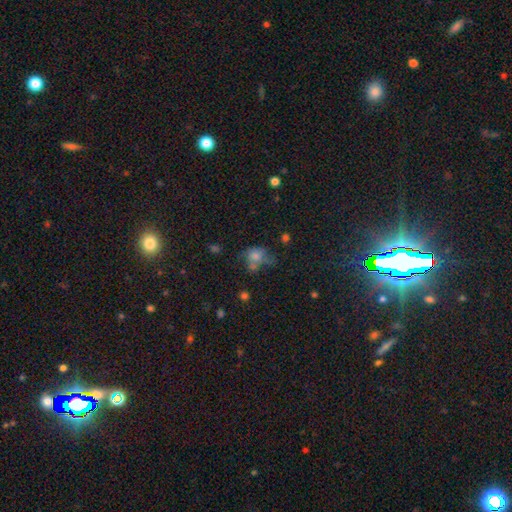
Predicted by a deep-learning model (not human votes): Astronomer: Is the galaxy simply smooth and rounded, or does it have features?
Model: smooth — 60%.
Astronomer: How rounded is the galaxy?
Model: round — 51% (runner-up: in between, 48%).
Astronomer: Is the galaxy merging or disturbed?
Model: none — 37% (runner-up: minor disturbance, 23%).